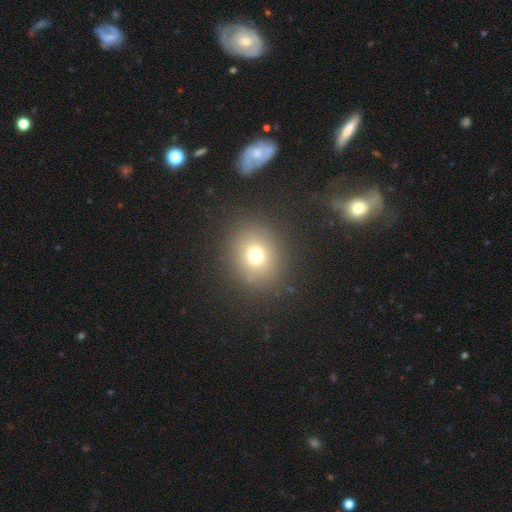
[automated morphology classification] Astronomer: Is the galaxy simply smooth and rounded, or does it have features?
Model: smooth — 72%.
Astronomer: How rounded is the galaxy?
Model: round — 74%.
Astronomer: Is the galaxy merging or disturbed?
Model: none — 86%.